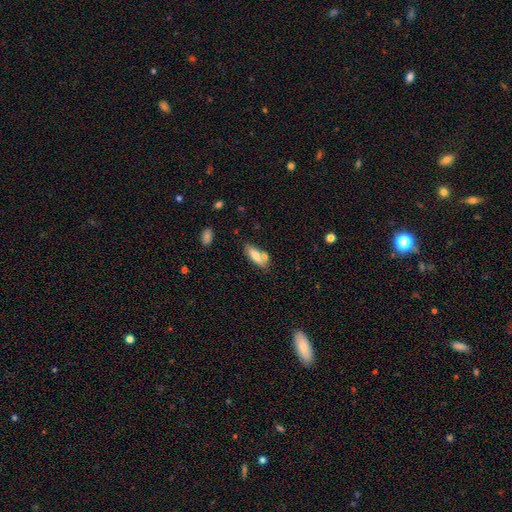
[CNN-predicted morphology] smooth 73%, featured or disk 20%, star or artifact 7%. Down the decision tree: how rounded — in between (69%); merging — none (54%).